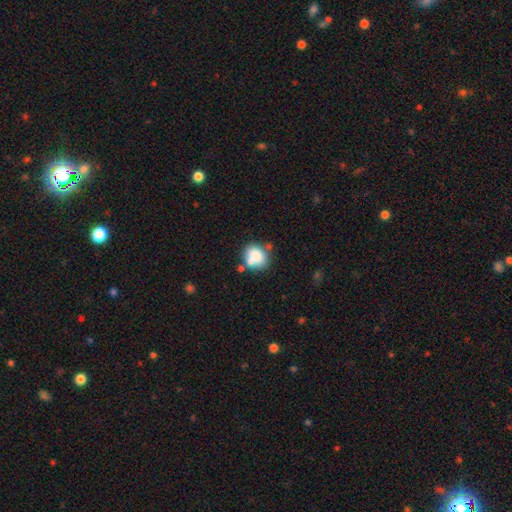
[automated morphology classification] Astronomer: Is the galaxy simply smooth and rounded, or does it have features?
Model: smooth — 78%.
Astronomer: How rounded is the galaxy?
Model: round — 57% (runner-up: in between, 42%).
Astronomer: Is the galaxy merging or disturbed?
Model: none — 54%.